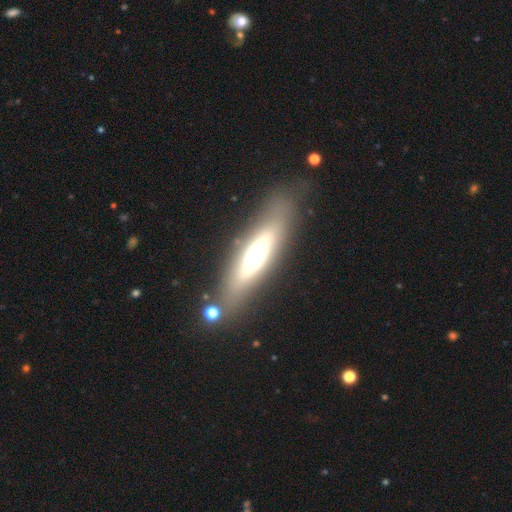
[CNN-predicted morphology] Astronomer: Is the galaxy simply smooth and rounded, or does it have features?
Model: featured or disk — 51% (runner-up: smooth, 41%).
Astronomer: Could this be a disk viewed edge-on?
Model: yes — 66%.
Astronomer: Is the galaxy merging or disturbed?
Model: none — 76%.